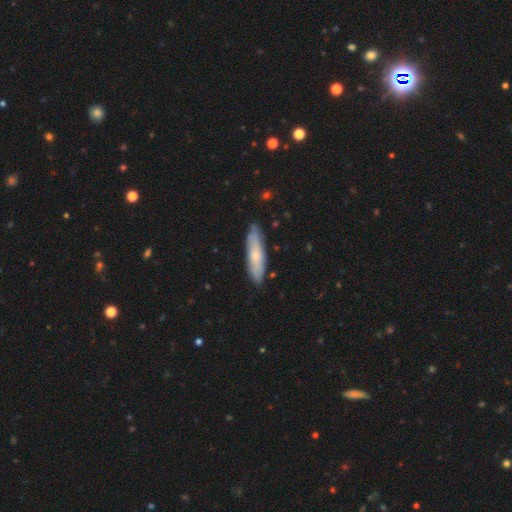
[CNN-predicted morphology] smooth 64%, featured or disk 31%, star or artifact 6%. Down the decision tree: how rounded — cigar-shaped (72%); merging — none (85%).